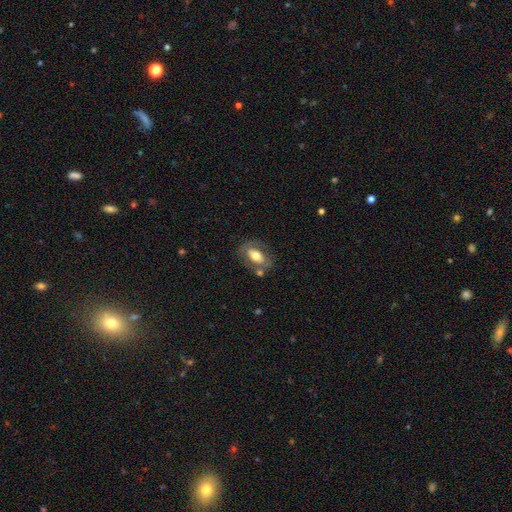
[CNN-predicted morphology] Overall: smooth (52%; featured or disk 41%). How rounded: in between (86%). Merging: none (63%).